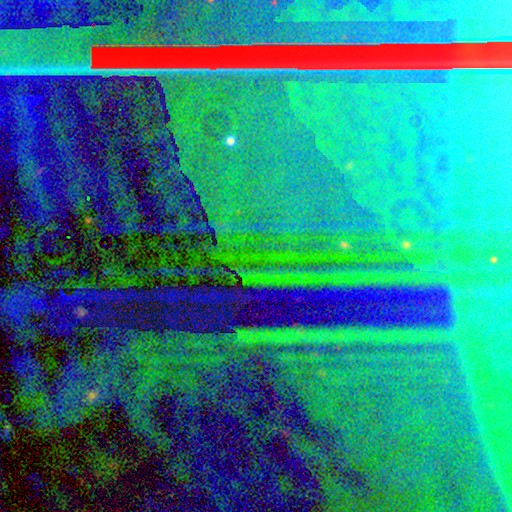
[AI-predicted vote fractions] Q: Smooth or featured?
A: star or artifact (89%); runner-up: featured or disk (6%)